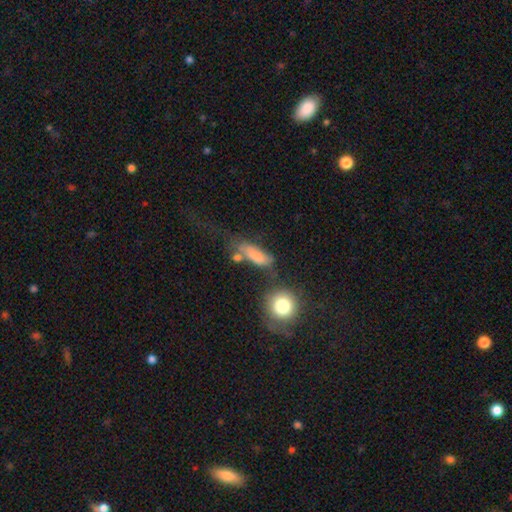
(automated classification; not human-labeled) smooth-or-featured: smooth: 74% | featured or disk: 16% | star or artifact: 10%
  how-rounded: in between: 61% | cigar-shaped: 30% | round: 9%
  merging: none: 40% | minor disturbance: 21% | merger: 21% | major disturbance: 19%